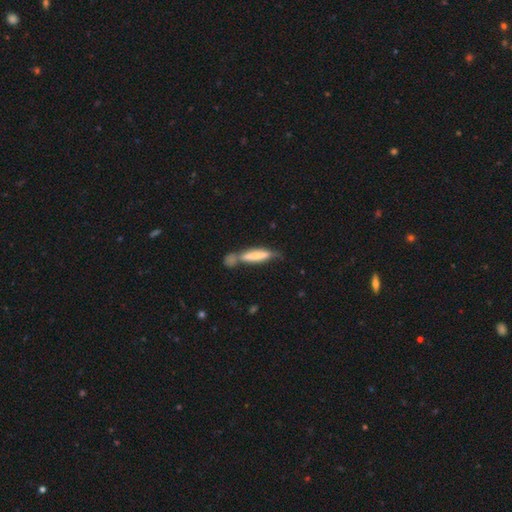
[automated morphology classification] Smooth or featured?
  - smooth: 64% *
  - featured or disk: 30%
  - star or artifact: 6%
How rounded?
  - cigar-shaped: 77% *
  - in between: 21%
  - round: 2%
Merging?
  - merger: 39% *
  - none: 34%
  - minor disturbance: 18%
  - major disturbance: 8%